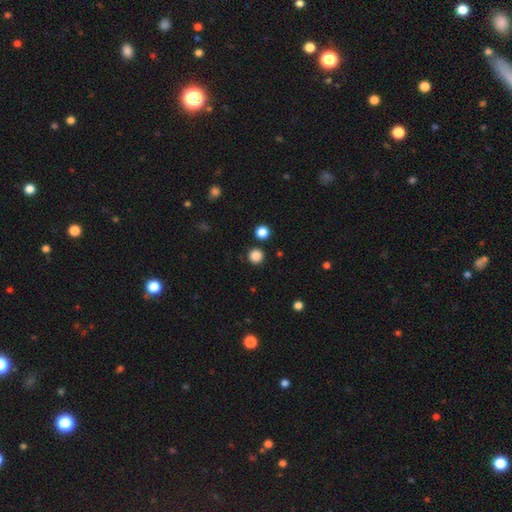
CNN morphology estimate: type=smooth (85%); roundness=round (95%); merging=none (90%).